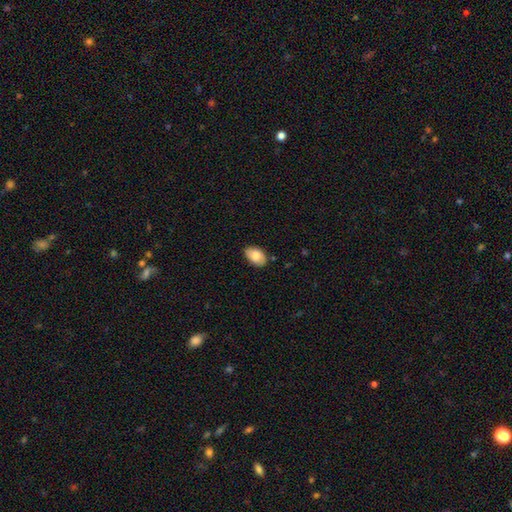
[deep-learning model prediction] Morphology: type=smooth (79%); roundness=in between (91%); merging=none (83%).